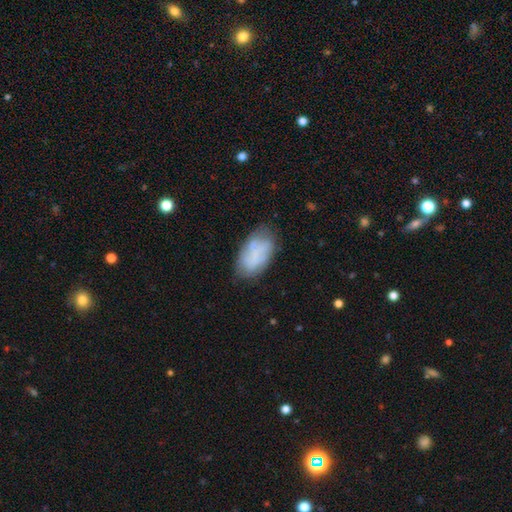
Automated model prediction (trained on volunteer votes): The model was most divided on "smooth or featured": smooth: 62%, featured or disk: 29%, star or artifact: 9%. More confident: how rounded — in between (93%); merging — none (63%).